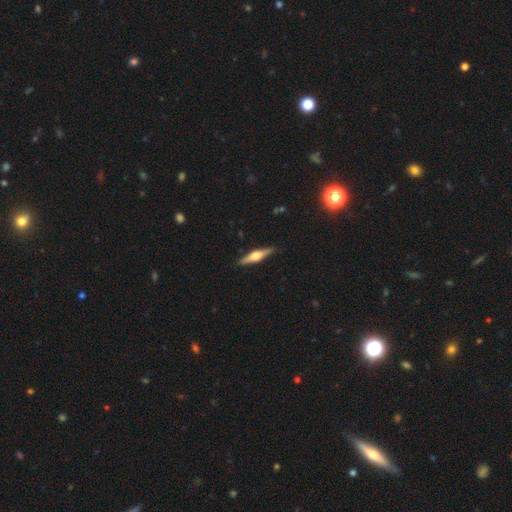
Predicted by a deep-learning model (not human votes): A featured or disk galaxy (64%) viewed edge-on (97%) with a rounded central bulge (89%). Merging: none (89%).